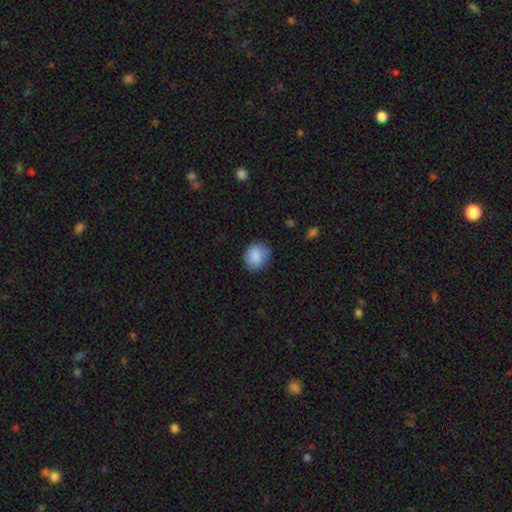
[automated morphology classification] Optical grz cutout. It shows a smooth galaxy with no disk features (84%) that is round (63%). Merging: none (76%).